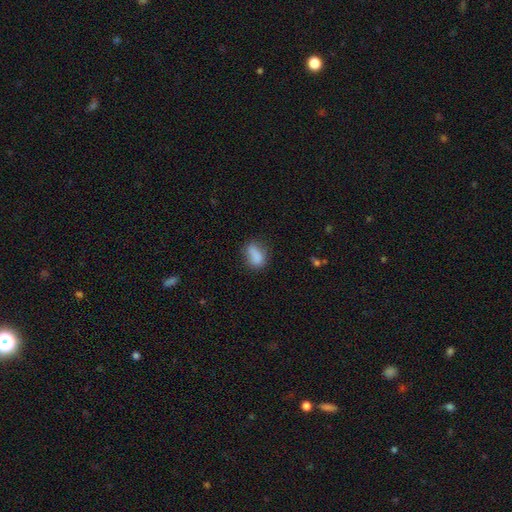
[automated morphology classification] Smooth or featured? Predicted: smooth (p=0.81). How rounded? Predicted: in between (p=0.80). Merging? Predicted: none (p=0.54).